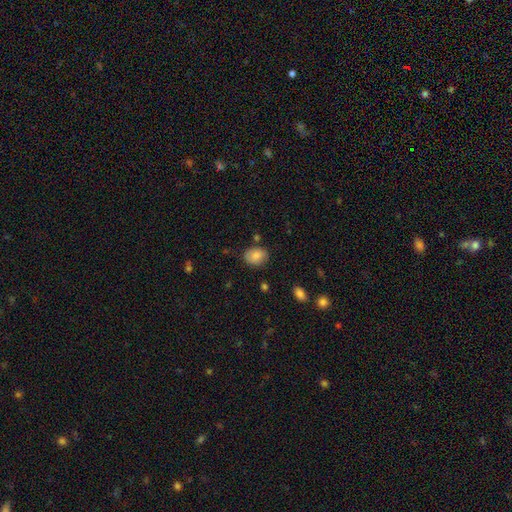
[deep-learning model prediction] Q: Smooth or featured?
A: smooth (84%); runner-up: featured or disk (8%)
Q: How rounded?
A: in between (59%); runner-up: round (40%)
Q: Merging?
A: none (79%); runner-up: minor disturbance (15%)